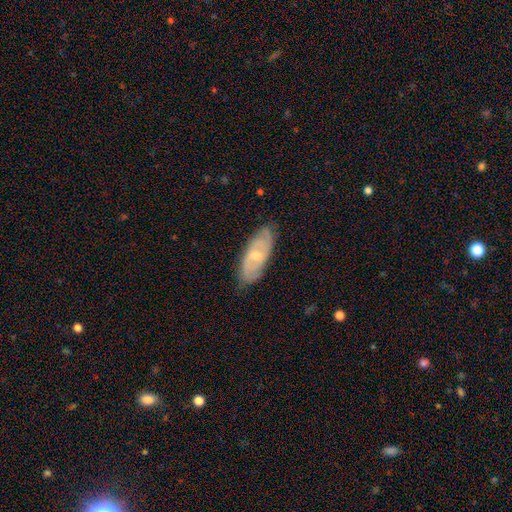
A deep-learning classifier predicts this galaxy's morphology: Q: Smooth or featured?
A: featured or disk (67%); runner-up: smooth (27%)
Q: Edge-on disk?
A: no (87%); runner-up: yes (13%)
Q: Bar?
A: no (48%); runner-up: weak (43%)
Q: Spiral arms?
A: yes (85%); runner-up: no (15%)
Q: Bulge size?
A: small (49%); runner-up: moderate (45%)
Q: Merging?
A: none (78%); runner-up: minor disturbance (18%)